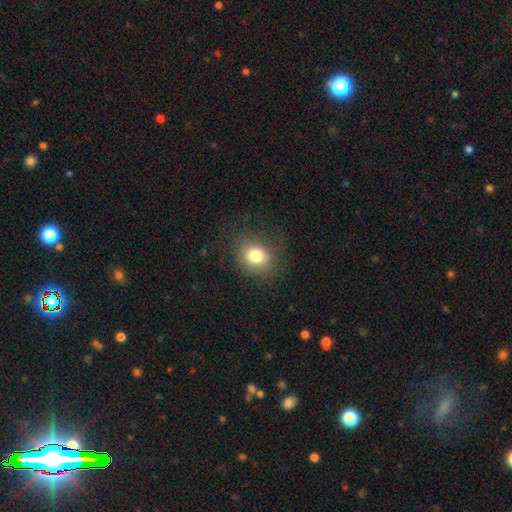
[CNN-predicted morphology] Smooth or featured?
  - smooth: 80% *
  - star or artifact: 12%
  - featured or disk: 9%
How rounded?
  - round: 65% *
  - in between: 34%
  - cigar-shaped: 1%
Merging?
  - none: 82% *
  - minor disturbance: 11%
  - major disturbance: 6%
  - merger: 1%